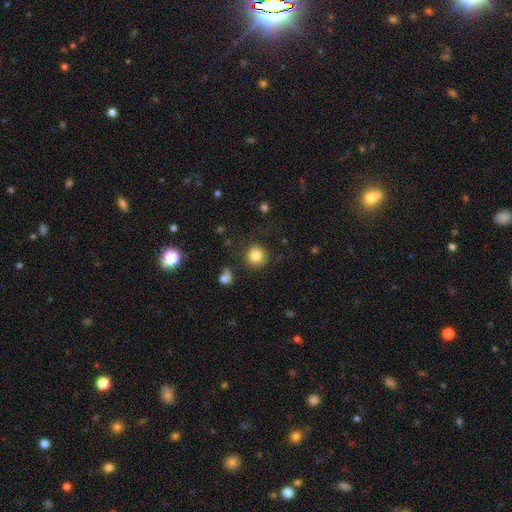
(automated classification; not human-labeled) The model was most divided on "smooth or featured": smooth: 84%, star or artifact: 10%, featured or disk: 6%. More confident: how rounded — round (93%); merging — none (84%).